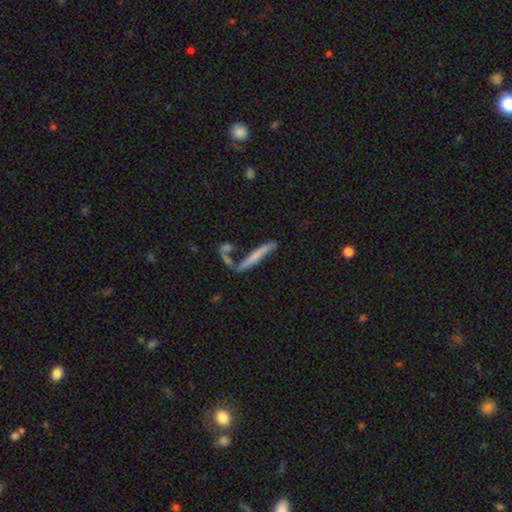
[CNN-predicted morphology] This is possibly a smooth galaxy (53%). How rounded: clearly cigar-shaped (92%). Merging: possibly none (59%).